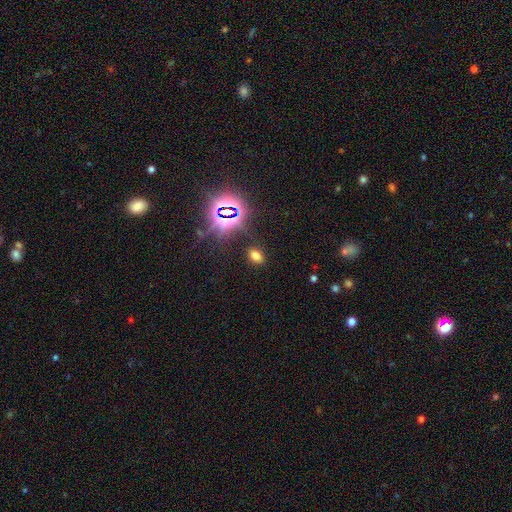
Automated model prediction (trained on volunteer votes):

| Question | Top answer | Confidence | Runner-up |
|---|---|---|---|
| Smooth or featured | smooth | 61% | star or artifact (31%) |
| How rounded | in between | 82% | round (16%) |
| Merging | none | 86% | minor disturbance (9%) |